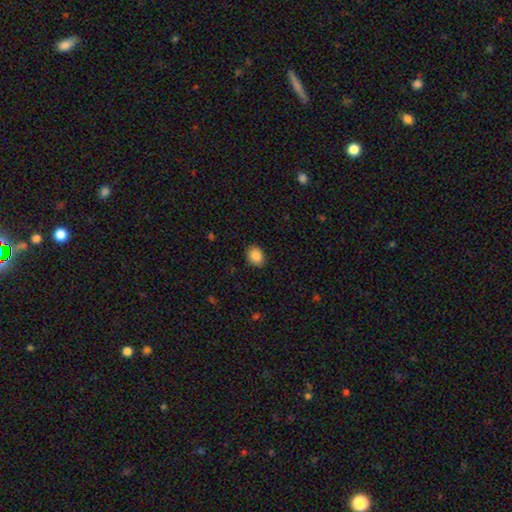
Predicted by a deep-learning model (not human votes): Morphology: type=smooth (88%); roundness=in between (53%); merging=none (87%).